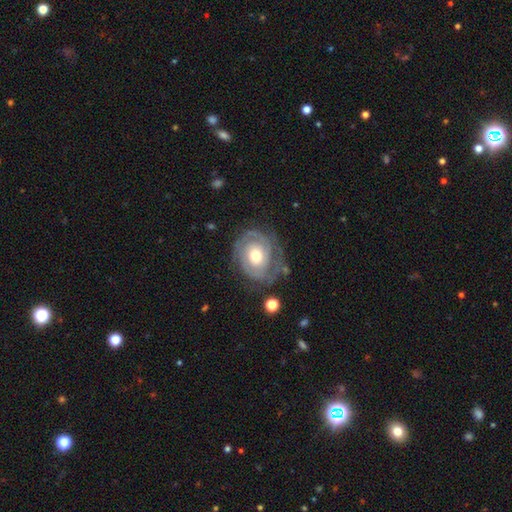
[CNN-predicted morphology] type=featured or disk (77%); edge-on=no (97%); bar=no (80%); spiral arms=yes (84%); winding=tight (69%); arm count=2 (43%); bulge=moderate (71%); merging=none (64%).